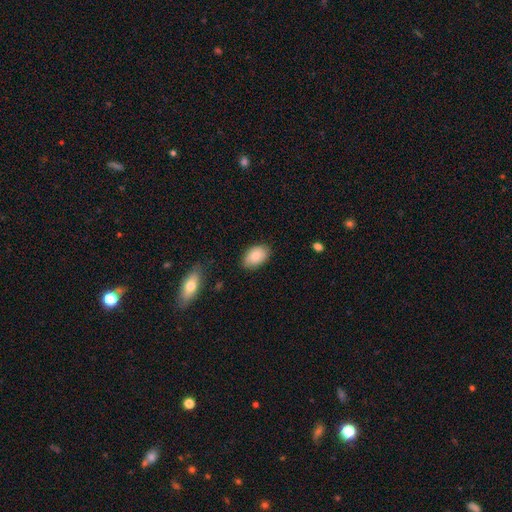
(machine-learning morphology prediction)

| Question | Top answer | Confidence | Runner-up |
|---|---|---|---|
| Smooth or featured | smooth | 82% | featured or disk (11%) |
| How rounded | in between | 91% | round (8%) |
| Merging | none | 83% | minor disturbance (13%) |